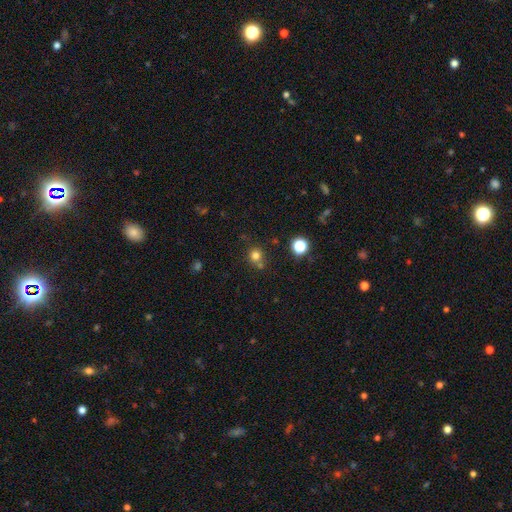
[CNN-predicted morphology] A smooth galaxy with no disk features (76%) that is round (90%).

Vote fractions:
- Smooth or featured? smooth: 76% / star or artifact: 17% / featured or disk: 6%
- How rounded? round: 90% / in between: 9% / cigar-shaped: 1%
- Merging? none: 67% / merger: 21% / minor disturbance: 9% / major disturbance: 3%